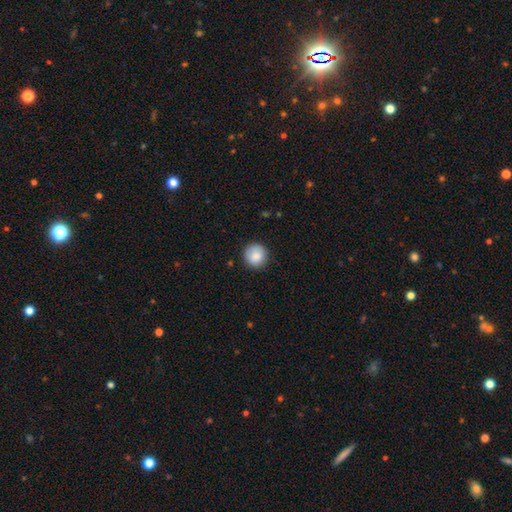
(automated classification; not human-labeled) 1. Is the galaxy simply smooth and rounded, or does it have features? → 84% smooth, 8% featured or disk, 8% star or artifact.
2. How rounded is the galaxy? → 94% round, 5% in between, 1% cigar-shaped.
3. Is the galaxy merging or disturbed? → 85% none, 12% minor disturbance, 2% major disturbance, 1% merger.